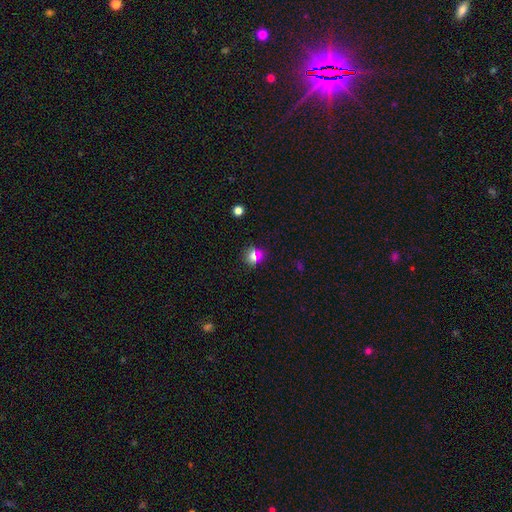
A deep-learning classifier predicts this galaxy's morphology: Smooth or featured?
  - smooth: 70% *
  - star or artifact: 19%
  - featured or disk: 10%
How rounded?
  - round: 83% *
  - in between: 15%
  - cigar-shaped: 2%
Merging?
  - none: 82% *
  - minor disturbance: 10%
  - merger: 5%
  - major disturbance: 3%